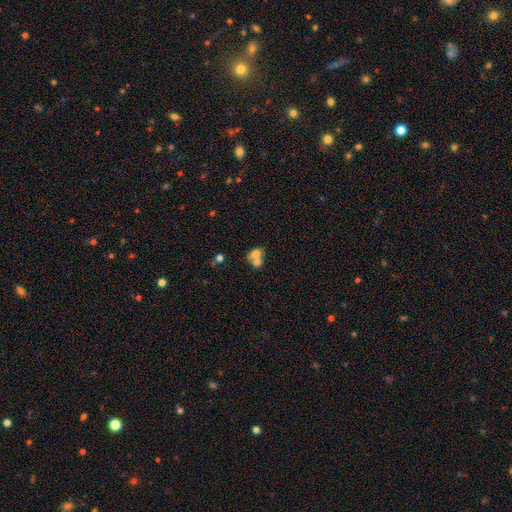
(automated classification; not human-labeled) Smooth or featured? smooth (70%)
How rounded? in between (57%)
Merging? merger (68%)